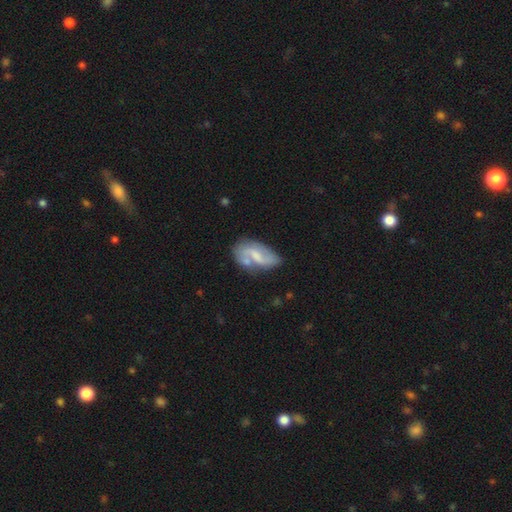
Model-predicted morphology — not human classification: type=featured or disk (61%); edge-on=no (96%); bar=weak (50%); spiral arms=yes (80%); bulge=small (34%); merging=none (49%).